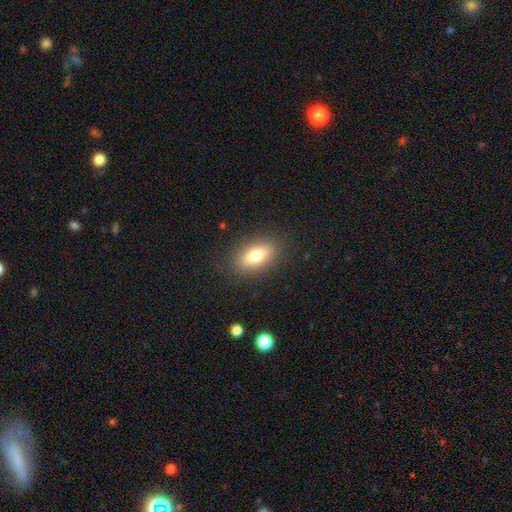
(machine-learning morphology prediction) This is likely a smooth galaxy (75%). How rounded: clearly in between (83%). Merging: clearly none (86%).